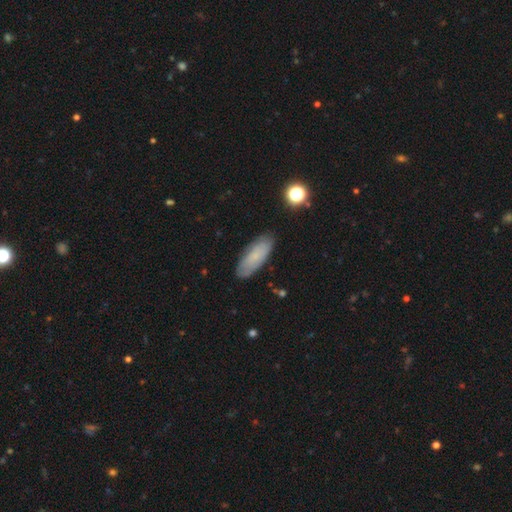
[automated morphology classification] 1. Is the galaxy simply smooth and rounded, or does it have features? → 70% smooth, 22% featured or disk, 8% star or artifact.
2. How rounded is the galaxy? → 73% in between, 25% cigar-shaped, 2% round.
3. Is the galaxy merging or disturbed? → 81% none, 14% minor disturbance, 3% major disturbance, 1% merger.